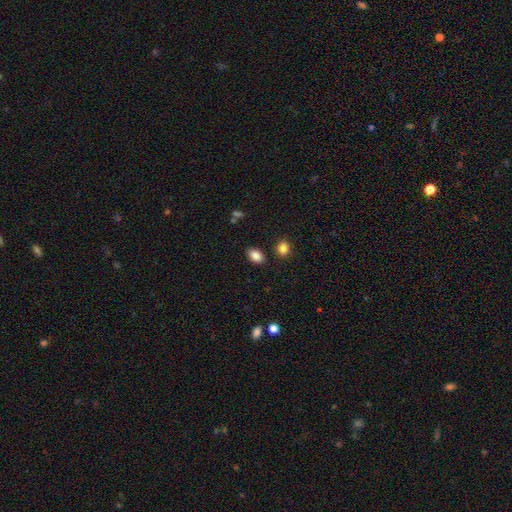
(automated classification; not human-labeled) This appears to be a smooth galaxy with no disk features (87%) that is in between round and cigar-shaped (85%). Merging: none (84%).